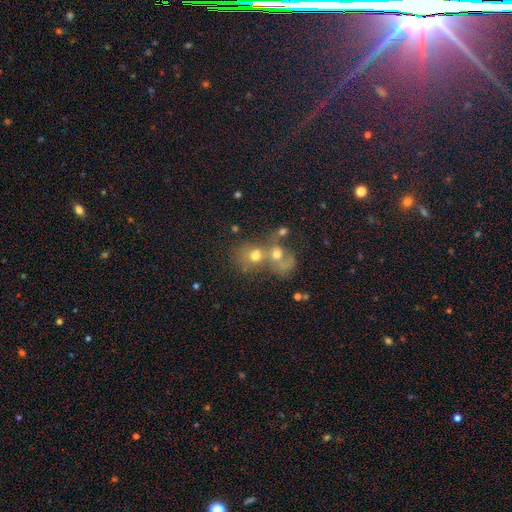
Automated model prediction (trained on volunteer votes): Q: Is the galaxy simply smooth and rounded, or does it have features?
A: smooth — 53%.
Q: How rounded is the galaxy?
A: round — 67%.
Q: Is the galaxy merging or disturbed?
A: merger — 67%.